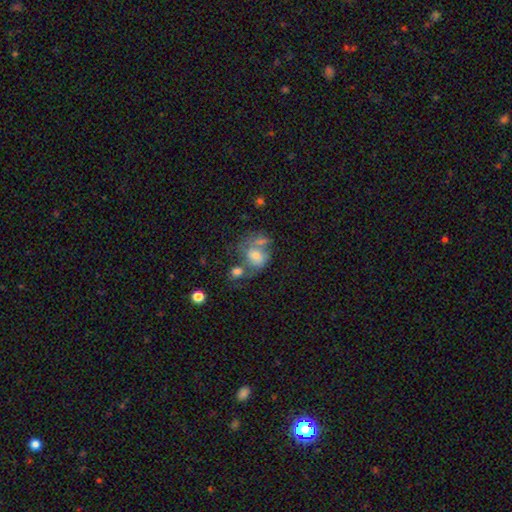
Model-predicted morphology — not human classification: type=smooth (53%); roundness=in between (53%); merging=merger (40%).